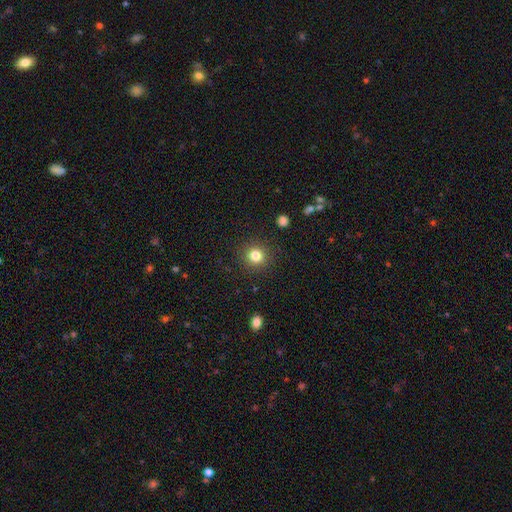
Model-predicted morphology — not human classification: This is clearly a smooth galaxy (81%). How rounded: clearly round (91%). Merging: clearly none (90%).